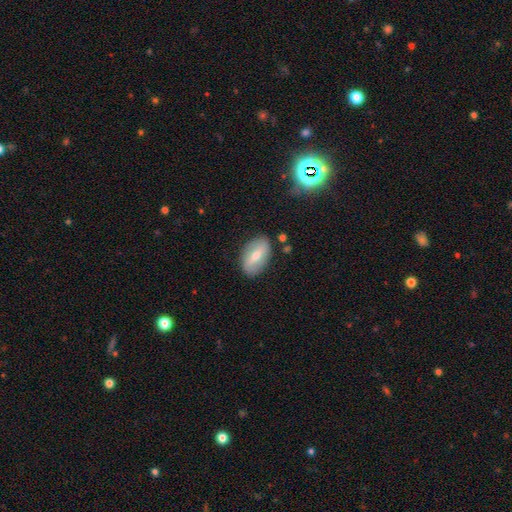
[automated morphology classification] Smooth or featured: smooth — 51% (featured or disk — 42%)
How rounded: in between — 89% (round — 8%)
Merging: none — 84% (minor disturbance — 11%)